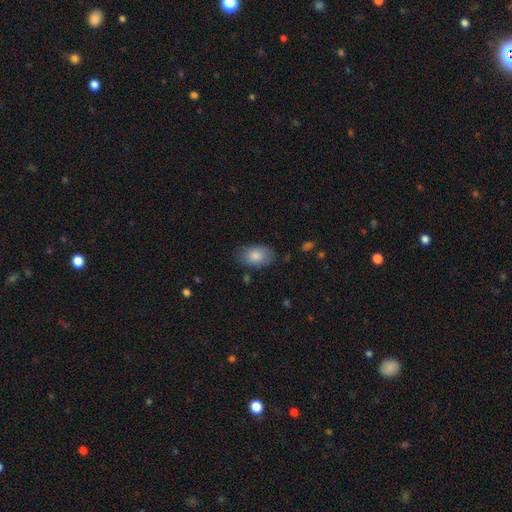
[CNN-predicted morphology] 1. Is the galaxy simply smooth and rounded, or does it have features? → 85% smooth, 8% featured or disk, 7% star or artifact.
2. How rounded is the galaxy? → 89% in between, 10% round, 1% cigar-shaped.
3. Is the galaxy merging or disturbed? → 78% none, 17% minor disturbance, 4% major disturbance, 2% merger.